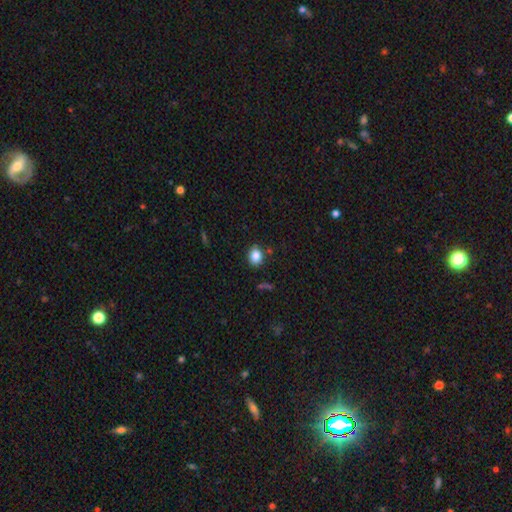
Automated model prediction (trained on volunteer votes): This appears to be a smooth galaxy with no disk features (85%) that is in between round and cigar-shaped (52%). Merging: none (82%).